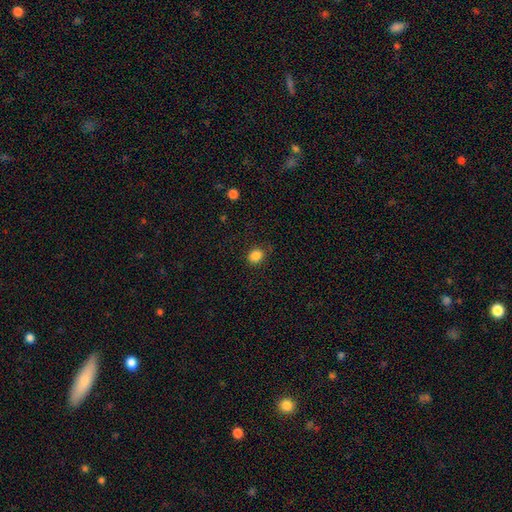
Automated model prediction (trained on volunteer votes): This is clearly a smooth galaxy (85%). How rounded: likely round (63%). Merging: clearly none (84%).